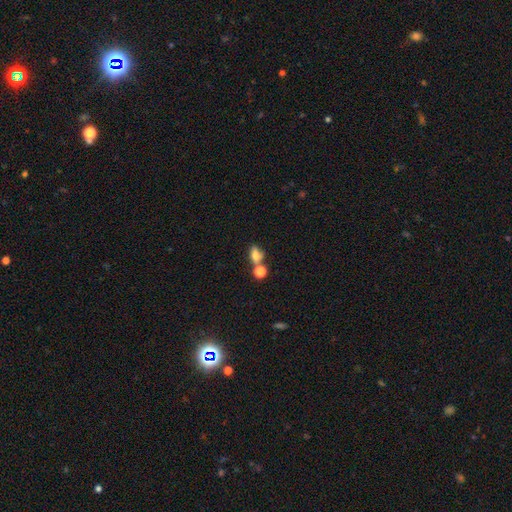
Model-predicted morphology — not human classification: A smooth galaxy with no disk features (69%) that is in between round and cigar-shaped (71%).

Vote fractions:
- Smooth or featured? smooth: 69% / featured or disk: 17% / star or artifact: 13%
- How rounded? in between: 71% / round: 25% / cigar-shaped: 4%
- Merging? none: 44% / merger: 36% / minor disturbance: 13% / major disturbance: 6%